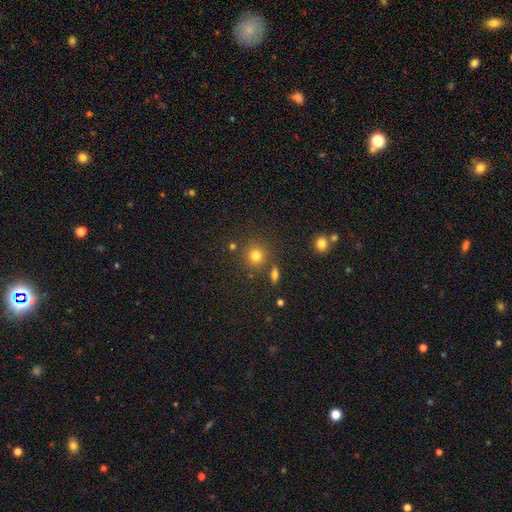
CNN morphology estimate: A smooth galaxy with no disk features (78%) that is round (90%). Merging: none (81%).